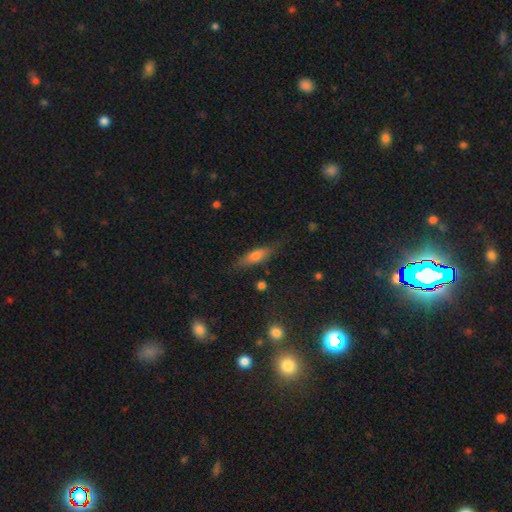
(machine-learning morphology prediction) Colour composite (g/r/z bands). It shows a smooth galaxy with no disk features (63%) that is cigar-shaped (58%). Merging: none (79%).